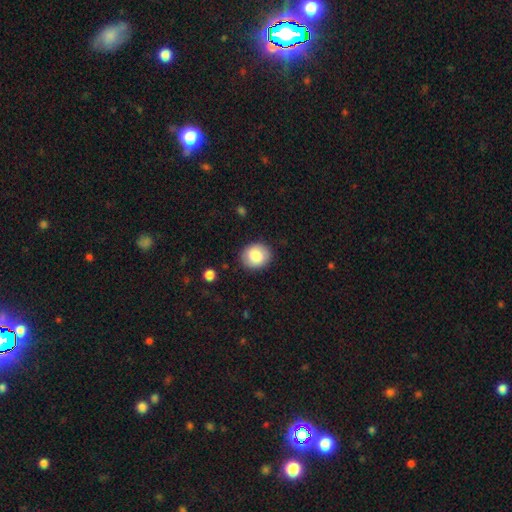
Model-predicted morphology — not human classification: Smooth or featured? Predicted: smooth (p=0.84). How rounded? Predicted: round (p=0.60). Merging? Predicted: none (p=0.87).